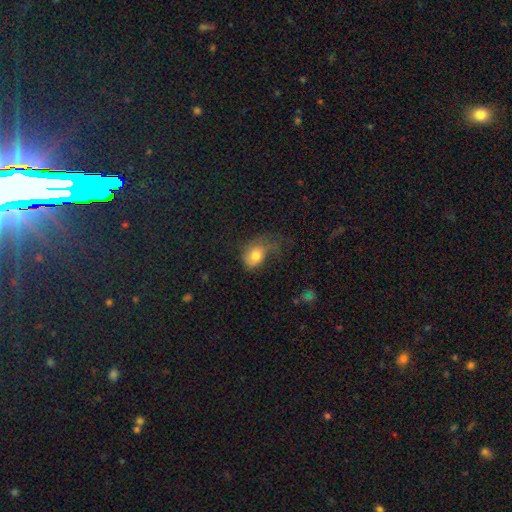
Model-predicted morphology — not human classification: A smooth galaxy with no disk features (74%) that is in between round and cigar-shaped (63%).

Vote fractions:
- Smooth or featured? smooth: 74% / featured or disk: 16% / star or artifact: 9%
- How rounded? in between: 63% / round: 35% / cigar-shaped: 2%
- Merging? major disturbance: 41% / minor disturbance: 29% / none: 28% / merger: 3%